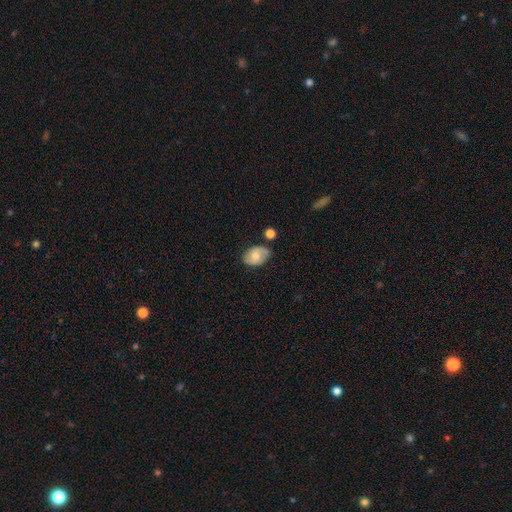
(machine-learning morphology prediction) smooth 57%, featured or disk 35%, star or artifact 8%. Down the decision tree: how rounded — in between (82%); merging — none (69%).